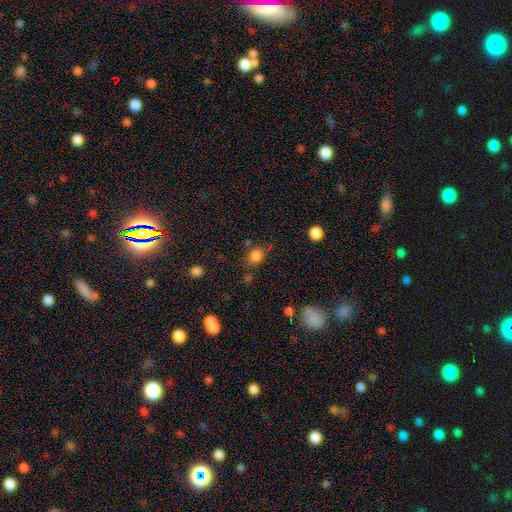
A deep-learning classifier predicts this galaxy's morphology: A smooth galaxy with no disk features (81%) that is round (63%).

Vote fractions:
- Smooth or featured? smooth: 81% / star or artifact: 13% / featured or disk: 6%
- How rounded? round: 63% / in between: 35% / cigar-shaped: 1%
- Merging? none: 68% / minor disturbance: 19% / merger: 7% / major disturbance: 6%